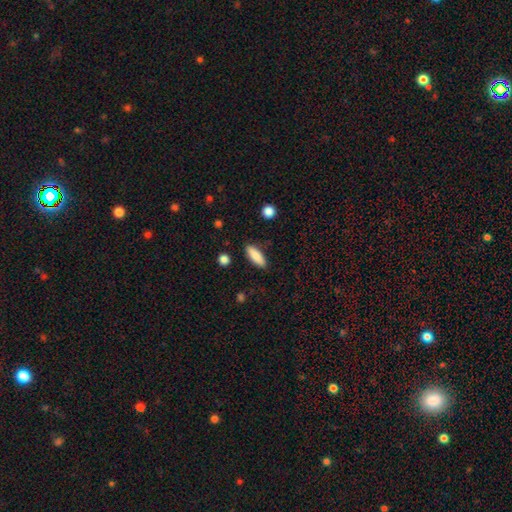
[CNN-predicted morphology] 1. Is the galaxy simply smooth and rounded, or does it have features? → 86% smooth, 8% featured or disk, 6% star or artifact.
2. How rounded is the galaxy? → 56% in between, 42% cigar-shaped, 2% round.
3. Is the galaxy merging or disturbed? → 88% none, 9% minor disturbance, 2% major disturbance, 2% merger.